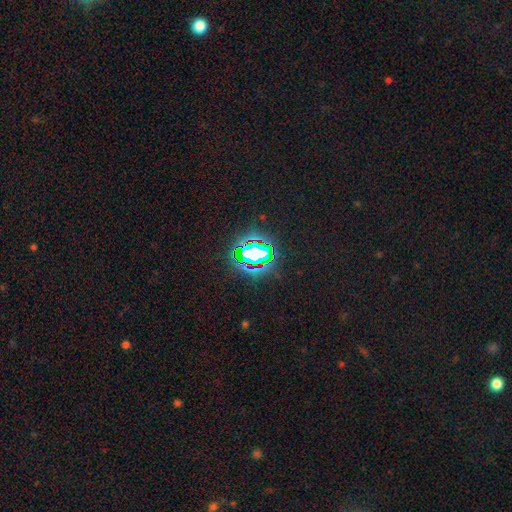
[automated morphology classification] Smooth or featured: star or artifact — 65% (smooth — 20%)